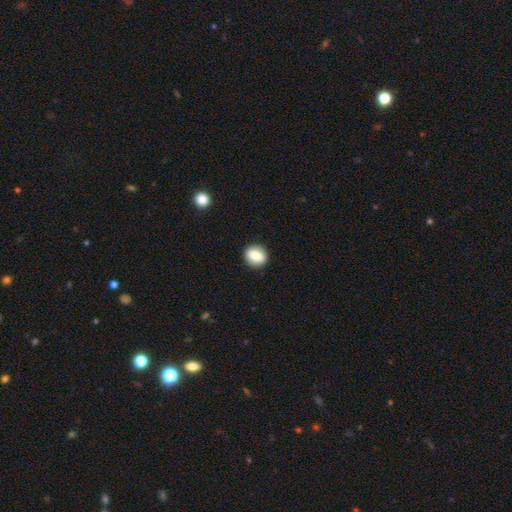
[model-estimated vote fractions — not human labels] Morphology: type=smooth (81%); roundness=round (58%); merging=none (89%).